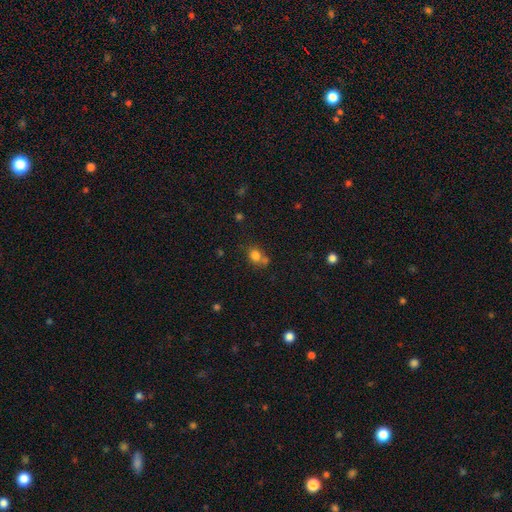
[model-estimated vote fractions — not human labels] A smooth galaxy with no disk features (79%) that is round (60%).

Vote fractions:
- Smooth or featured? smooth: 79% / star or artifact: 13% / featured or disk: 8%
- How rounded? round: 60% / in between: 39% / cigar-shaped: 1%
- Merging? none: 50% / merger: 28% / minor disturbance: 16% / major disturbance: 6%